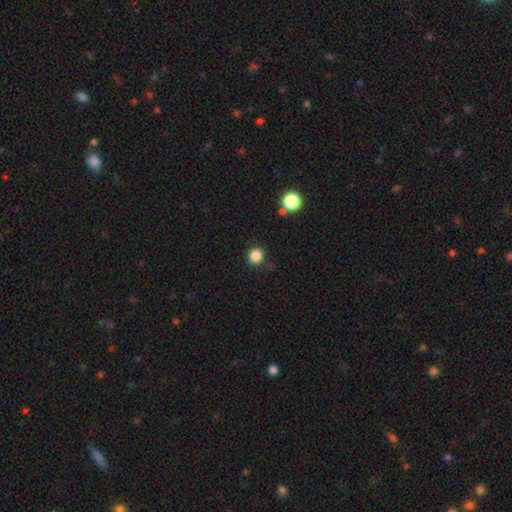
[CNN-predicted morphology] Smooth or featured?
  - smooth: 85% *
  - star or artifact: 12%
  - featured or disk: 3%
How rounded?
  - round: 91% *
  - in between: 9%
  - cigar-shaped: 1%
Merging?
  - none: 85% *
  - minor disturbance: 9%
  - major disturbance: 3%
  - merger: 3%